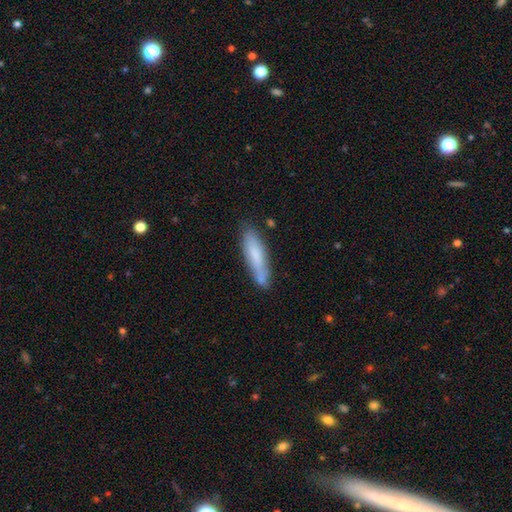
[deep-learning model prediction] Smooth or featured? smooth (70%)
How rounded? cigar-shaped (75%)
Merging? none (70%)